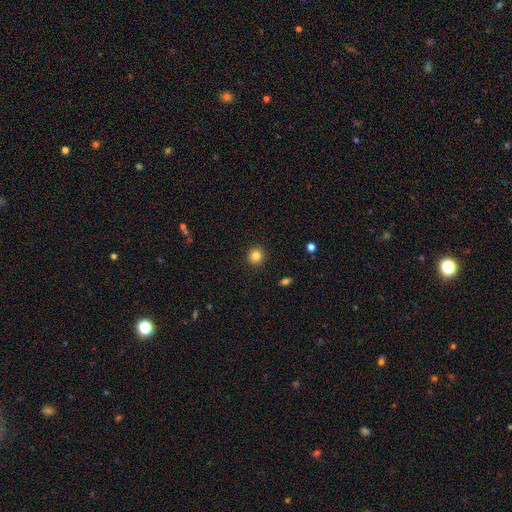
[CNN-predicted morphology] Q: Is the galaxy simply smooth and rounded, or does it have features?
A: smooth — 84%.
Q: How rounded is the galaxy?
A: round — 93%.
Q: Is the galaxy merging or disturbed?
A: none — 92%.